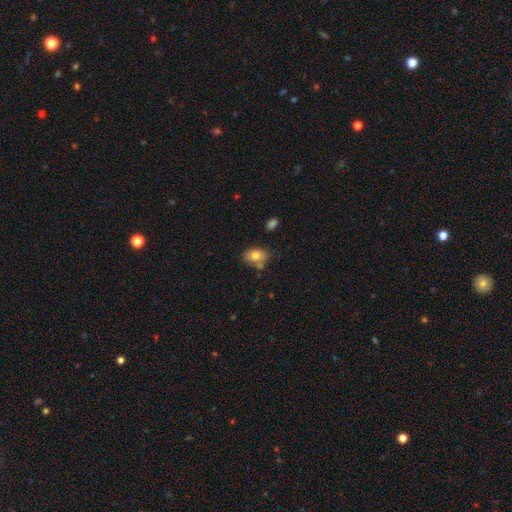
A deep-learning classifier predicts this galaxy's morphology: This appears to be a smooth galaxy with no disk features (76%) that is in between round and cigar-shaped (75%). Merging: none (59%).